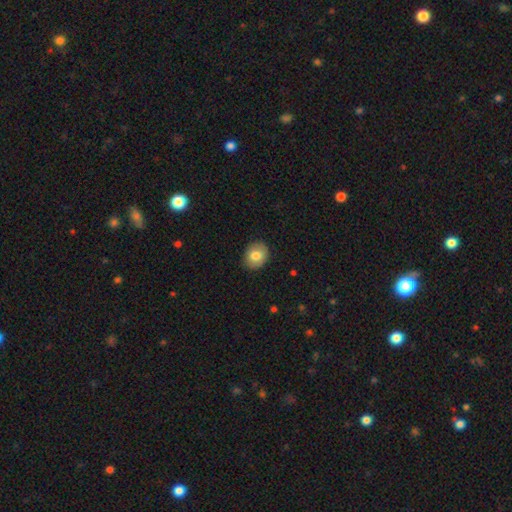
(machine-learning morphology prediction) Q: Smooth or featured?
A: smooth (80%); runner-up: featured or disk (12%)
Q: How rounded?
A: round (53%); runner-up: in between (46%)
Q: Merging?
A: none (86%); runner-up: minor disturbance (11%)